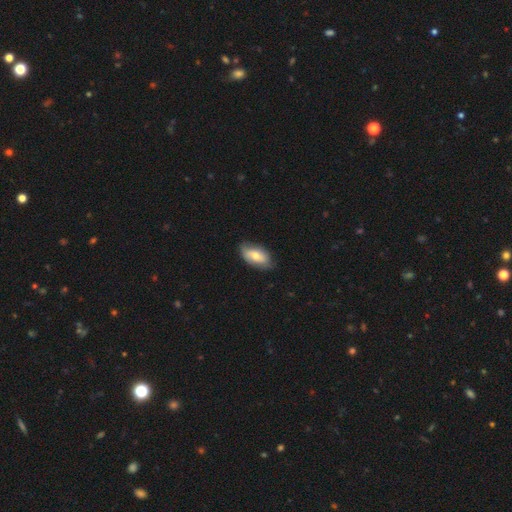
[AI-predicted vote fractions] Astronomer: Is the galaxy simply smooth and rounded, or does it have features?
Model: smooth — 65%.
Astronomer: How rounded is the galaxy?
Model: in between — 93%.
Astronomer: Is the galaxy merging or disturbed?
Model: none — 76%.